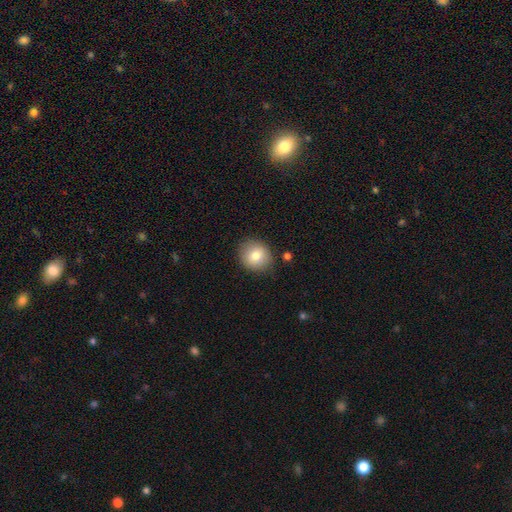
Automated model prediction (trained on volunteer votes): Morphology: type=smooth (81%); roundness=round (83%); merging=none (85%).